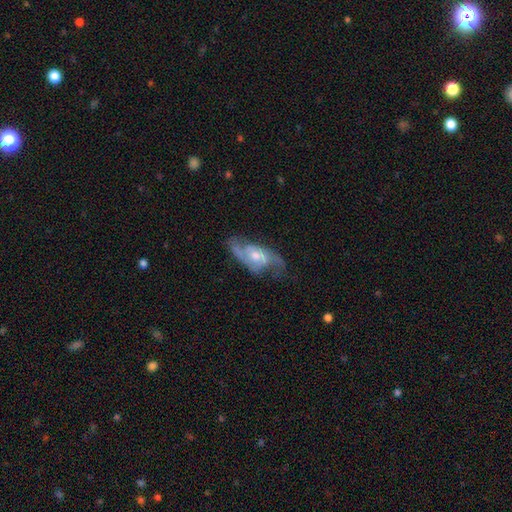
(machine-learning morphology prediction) A featured or disk galaxy (80%) with no bar (57%), 2 (69%) medium (46%) spiral arms (90%) and a moderate central bulge (56%).

Vote fractions:
- Smooth or featured? featured or disk: 80% / smooth: 14% / star or artifact: 6%
- Edge-on disk? no: 93% / yes: 7%
- Bar? no: 57% / weak: 36% / strong: 7%
- Spiral arms? yes: 90% / no: 10%
- Spiral winding? medium: 46% / loose: 35% / tight: 18%
- Spiral arm count? 2: 69% / can't tell: 13% / 3: 10% / 1: 4% / 4: 2% / more than 4: 2%
- Bulge size? moderate: 56% / small: 34% / large: 6% / none: 4% / dominant: 1%
- Merging? none: 56% / minor disturbance: 24% / major disturbance: 18% / merger: 2%